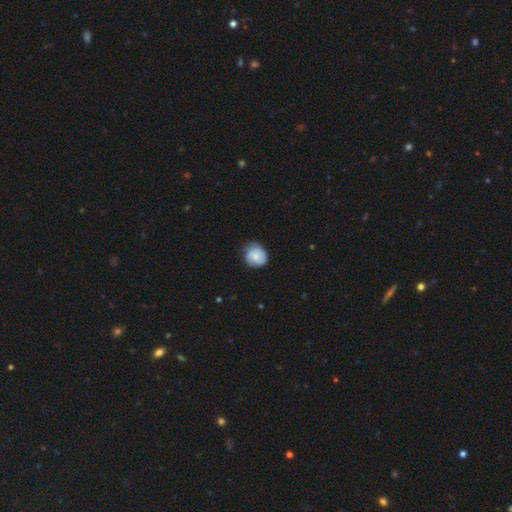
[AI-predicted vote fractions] Smooth or featured?
  - smooth: 67% *
  - featured or disk: 26%
  - star or artifact: 7%
How rounded?
  - round: 69% *
  - in between: 31%
  - cigar-shaped: 1%
Merging?
  - none: 61% *
  - minor disturbance: 30%
  - major disturbance: 7%
  - merger: 1%